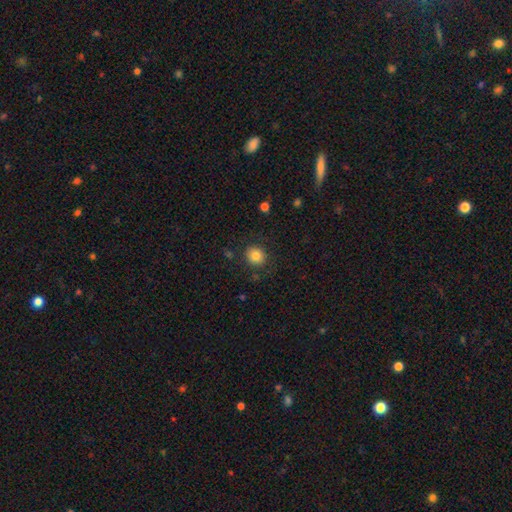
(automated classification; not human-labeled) Smooth or featured? Predicted: smooth (p=0.82). How rounded? Predicted: round (p=0.82). Merging? Predicted: none (p=0.86).